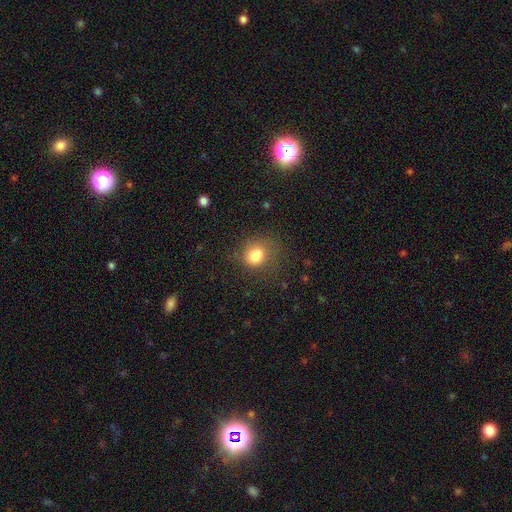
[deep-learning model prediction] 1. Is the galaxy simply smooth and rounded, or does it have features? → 81% smooth, 12% star or artifact, 7% featured or disk.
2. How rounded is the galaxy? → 64% round, 35% in between, 1% cigar-shaped.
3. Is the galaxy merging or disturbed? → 62% none, 22% minor disturbance, 12% major disturbance, 3% merger.